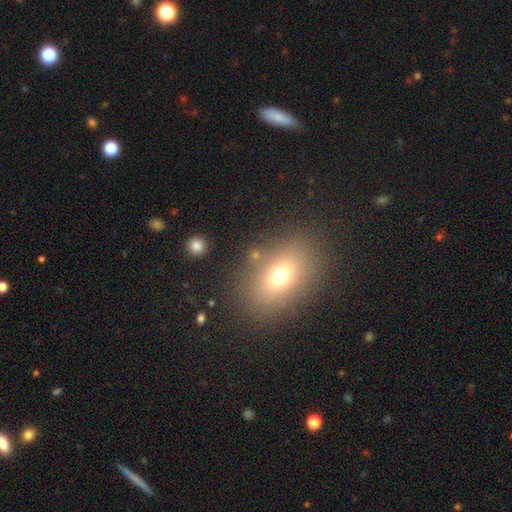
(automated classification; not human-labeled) This is likely a smooth galaxy (69%). How rounded: likely in between (73%). Merging: likely none (80%).